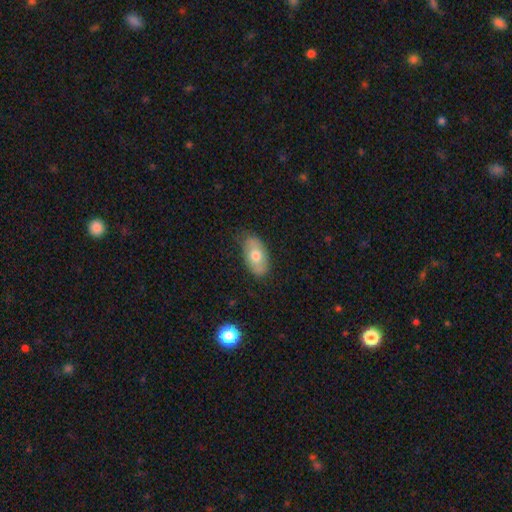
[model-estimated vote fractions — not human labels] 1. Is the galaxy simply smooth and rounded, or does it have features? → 68% smooth, 26% featured or disk, 7% star or artifact.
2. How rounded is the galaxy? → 93% in between, 5% round, 3% cigar-shaped.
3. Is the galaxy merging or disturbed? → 78% none, 17% minor disturbance, 3% major disturbance, 1% merger.